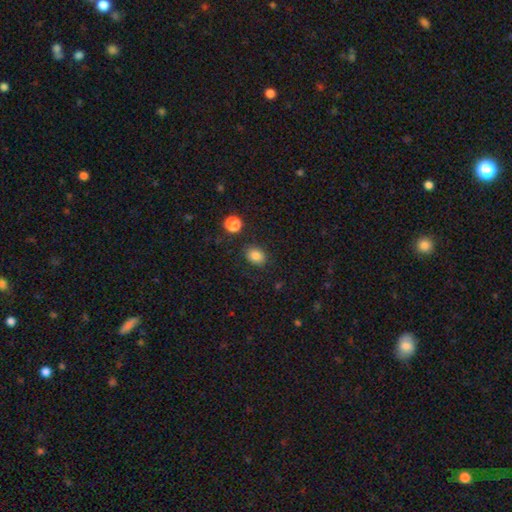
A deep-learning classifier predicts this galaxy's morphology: Overall: smooth (84%). How rounded: in between (64%; round 35%). Merging: none (84%).